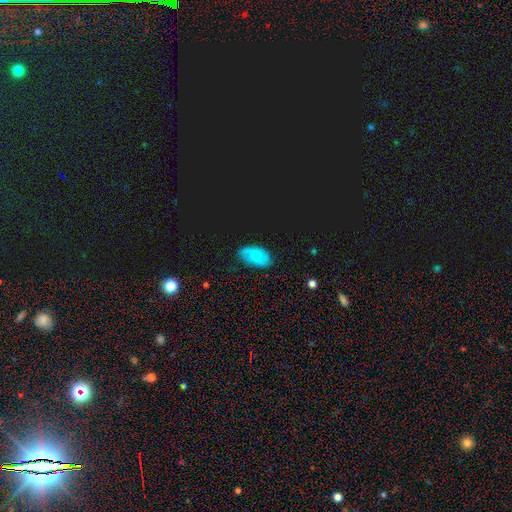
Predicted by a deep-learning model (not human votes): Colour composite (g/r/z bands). It shows a smooth galaxy with no disk features (58%) that is in between round and cigar-shaped (93%). Merging: none (70%).